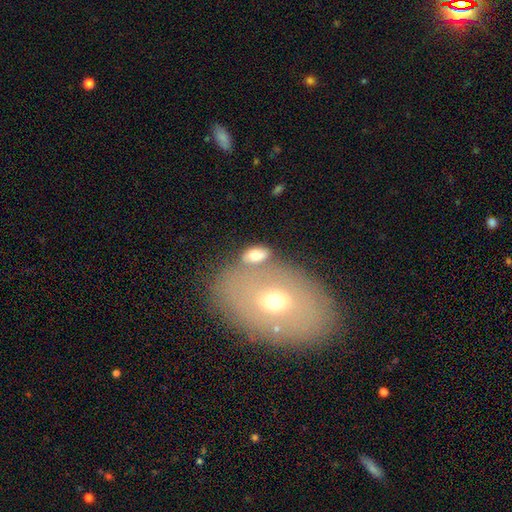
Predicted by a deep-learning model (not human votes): Smooth or featured? smooth (68%)
How rounded? in between (86%)
Merging? none (49%)